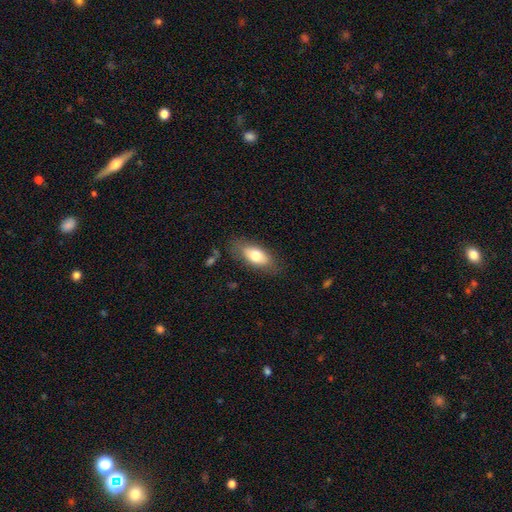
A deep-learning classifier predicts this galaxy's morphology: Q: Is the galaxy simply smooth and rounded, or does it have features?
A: smooth — 73%.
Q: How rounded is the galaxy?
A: in between — 86%.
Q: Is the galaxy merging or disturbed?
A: none — 78%.